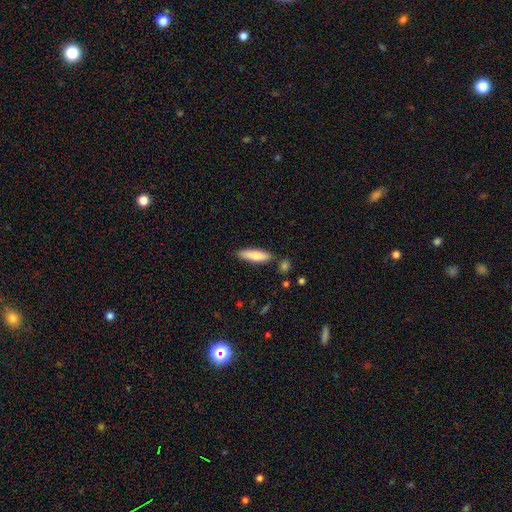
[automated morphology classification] This is likely a smooth galaxy (78%). How rounded: likely cigar-shaped (64%). Merging: clearly none (82%).